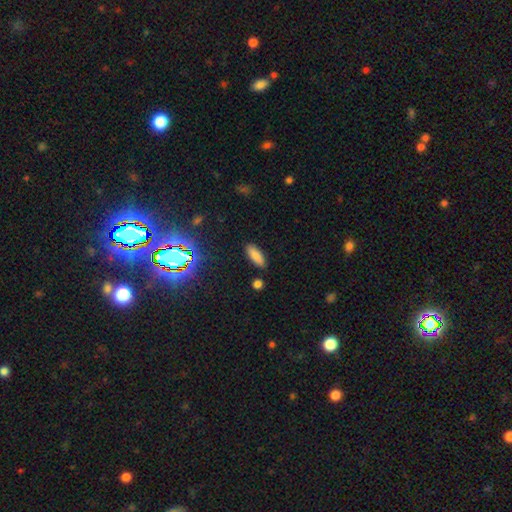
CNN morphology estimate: A smooth galaxy with no disk features (82%) that is in between round and cigar-shaped (64%). Merging: none (87%).